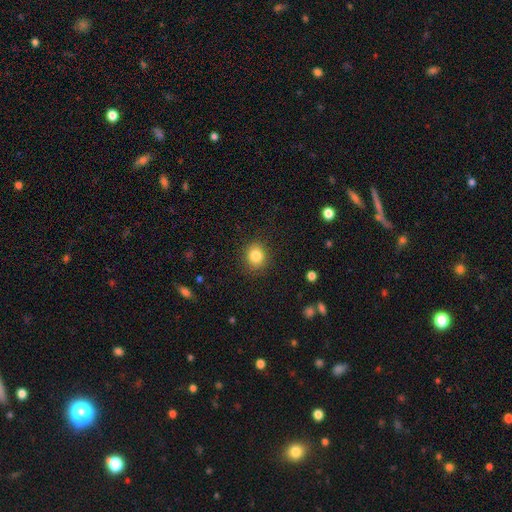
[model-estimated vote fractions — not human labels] Smooth or featured?
  - smooth: 83% *
  - star or artifact: 10%
  - featured or disk: 6%
How rounded?
  - round: 80% *
  - in between: 19%
  - cigar-shaped: 1%
Merging?
  - none: 88% *
  - minor disturbance: 8%
  - major disturbance: 3%
  - merger: 1%